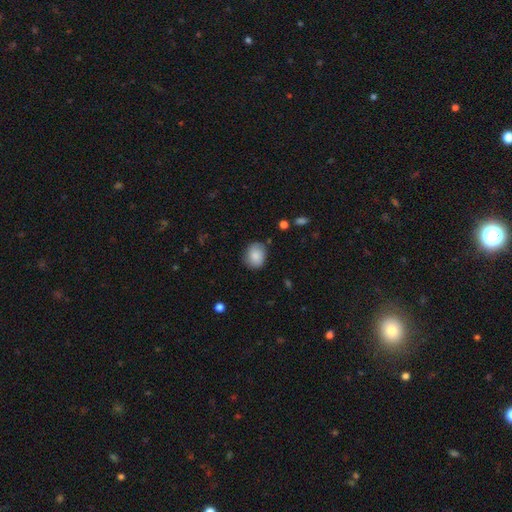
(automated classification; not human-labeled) The model was most divided on "how rounded": round: 57%, in between: 42%, cigar-shaped: 1%. More confident: smooth or featured — smooth (85%); merging — none (79%).